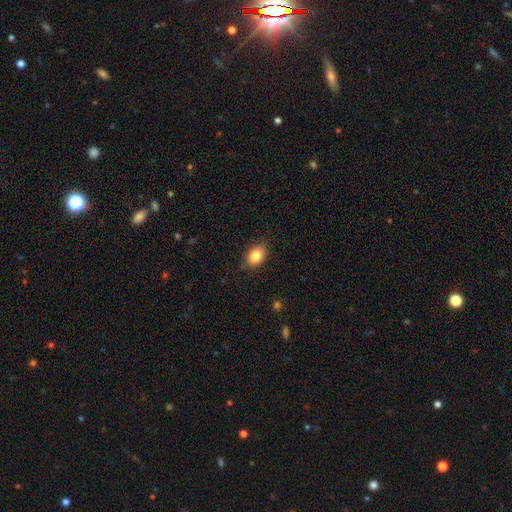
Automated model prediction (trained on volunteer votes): A smooth galaxy with no disk features (84%) that is in between round and cigar-shaped (79%).

Vote fractions:
- Smooth or featured? smooth: 84% / star or artifact: 8% / featured or disk: 7%
- How rounded? in between: 79% / round: 20% / cigar-shaped: 1%
- Merging? none: 83% / minor disturbance: 14% / major disturbance: 3% / merger: 1%